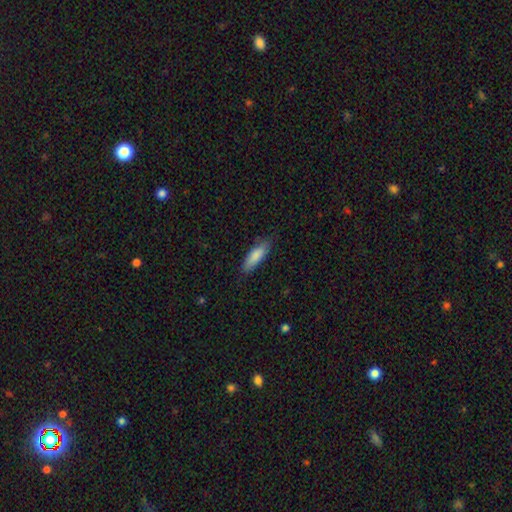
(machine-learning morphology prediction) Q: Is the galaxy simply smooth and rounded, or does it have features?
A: smooth — 84%.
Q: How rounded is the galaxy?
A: in between — 51%.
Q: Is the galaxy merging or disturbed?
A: none — 80%.